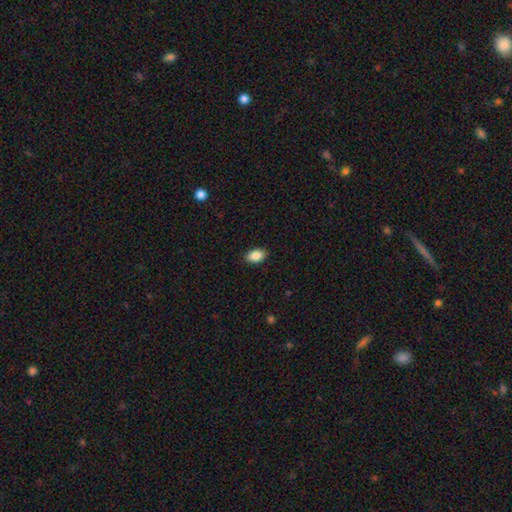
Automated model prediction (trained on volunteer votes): Q: Smooth or featured?
A: smooth (87%); runner-up: star or artifact (8%)
Q: How rounded?
A: in between (89%); runner-up: round (9%)
Q: Merging?
A: none (89%); runner-up: minor disturbance (8%)